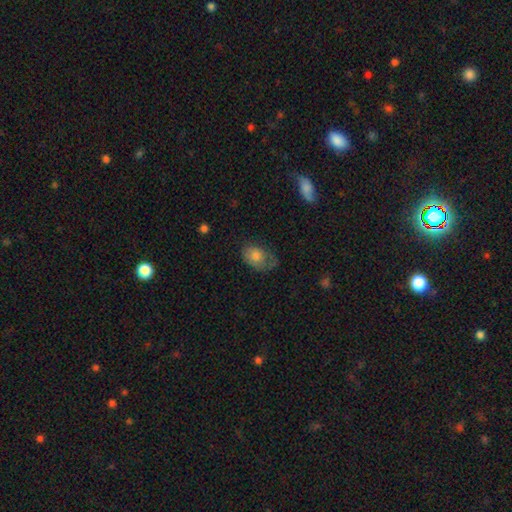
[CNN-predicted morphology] smooth 67%, featured or disk 24%, star or artifact 9%. Down the decision tree: how rounded — in between (80%); merging — none (44%).